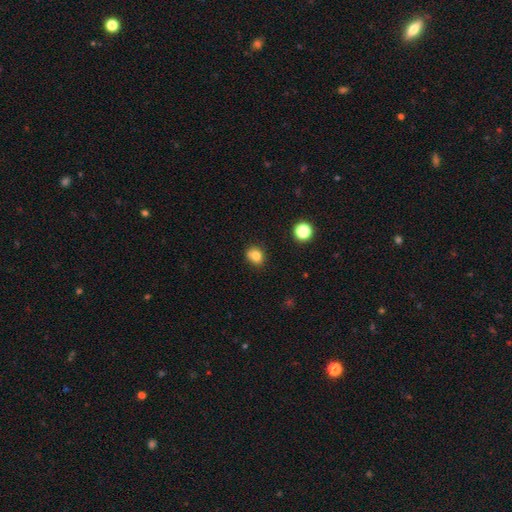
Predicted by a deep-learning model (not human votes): Smooth or featured?
  - smooth: 80% *
  - star or artifact: 13%
  - featured or disk: 8%
How rounded?
  - round: 67% *
  - in between: 32%
  - cigar-shaped: 1%
Merging?
  - none: 71% *
  - minor disturbance: 18%
  - merger: 8%
  - major disturbance: 4%